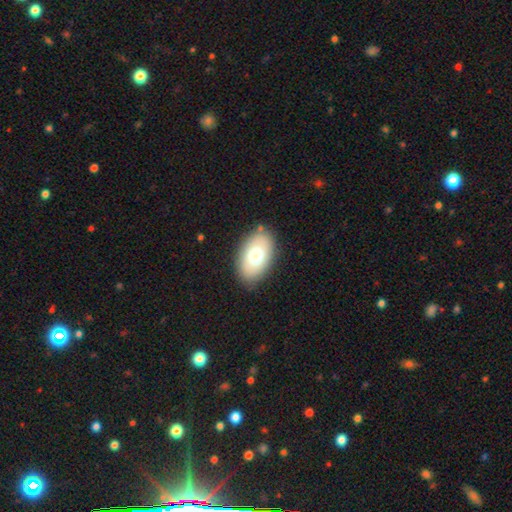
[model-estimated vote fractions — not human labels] Smooth or featured? smooth (70%)
How rounded? in between (90%)
Merging? none (85%)